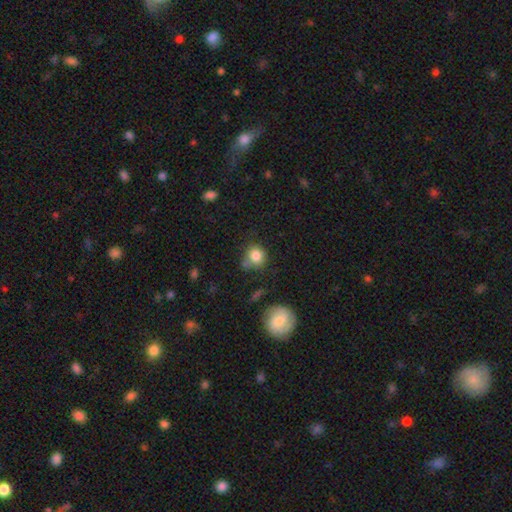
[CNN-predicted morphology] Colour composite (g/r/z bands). It shows a smooth galaxy with no disk features (83%) that is round (84%). Merging: none (66%).